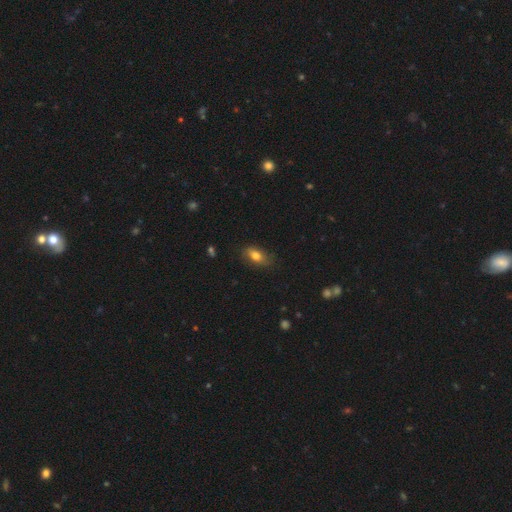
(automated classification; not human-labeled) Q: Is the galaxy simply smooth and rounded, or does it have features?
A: smooth — 74%.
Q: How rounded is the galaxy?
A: in between — 83%.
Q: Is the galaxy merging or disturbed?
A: none — 77%.